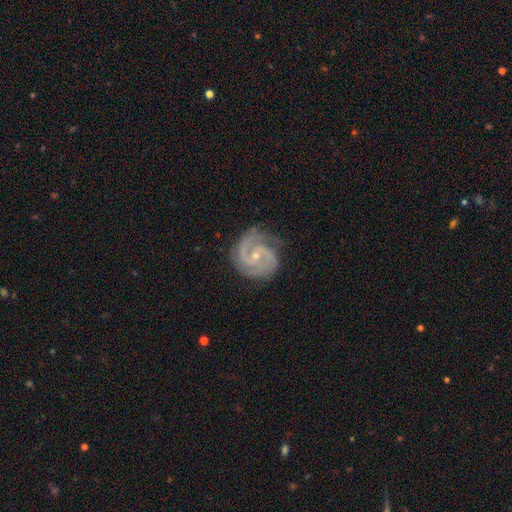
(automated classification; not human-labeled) Smooth or featured? featured or disk (92%)
Edge-on disk? no (98%)
Bar? no (54%)
Spiral arms? yes (99%)
Spiral winding? tight (51%)
Spiral arm count? 2 (71%)
Bulge size? small (65%)
Merging? none (74%)